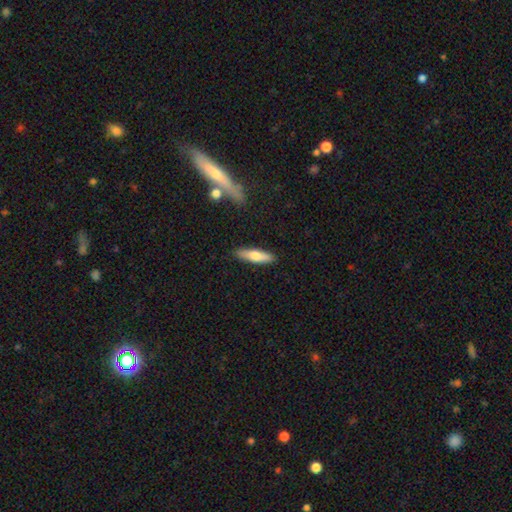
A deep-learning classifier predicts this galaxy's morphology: Overall: smooth (67%; featured or disk 27%). How rounded: cigar-shaped (68%; in between 30%). Merging: none (88%).